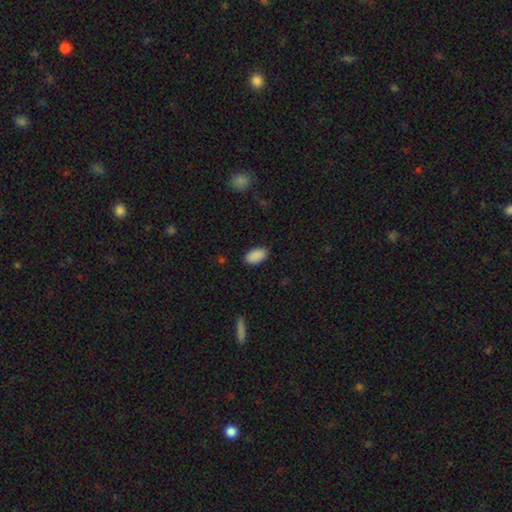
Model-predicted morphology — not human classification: The model was most divided on "merging": none: 87%, minor disturbance: 10%, major disturbance: 2%, merger: 1%. More confident: how rounded — in between (95%); smooth or featured — smooth (90%).